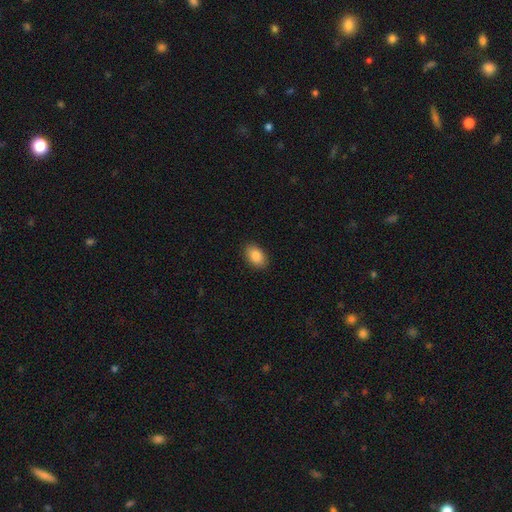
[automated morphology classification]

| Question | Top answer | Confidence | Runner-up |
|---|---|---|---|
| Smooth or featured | smooth | 88% | star or artifact (7%) |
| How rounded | in between | 90% | round (9%) |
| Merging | none | 89% | minor disturbance (8%) |